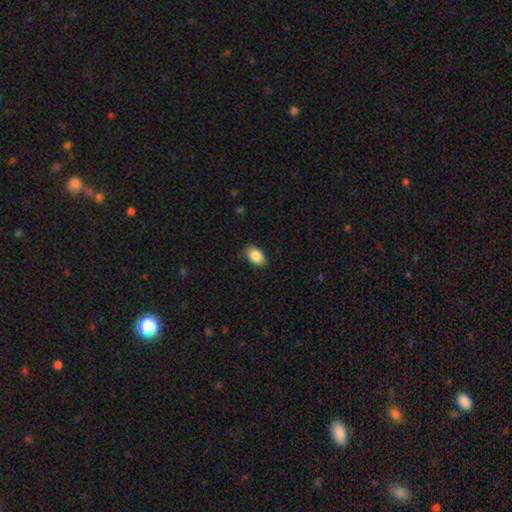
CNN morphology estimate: Smooth or featured?
  - smooth: 87% *
  - star or artifact: 7%
  - featured or disk: 6%
How rounded?
  - in between: 88% *
  - round: 11%
  - cigar-shaped: 1%
Merging?
  - none: 81% *
  - minor disturbance: 15%
  - major disturbance: 3%
  - merger: 1%